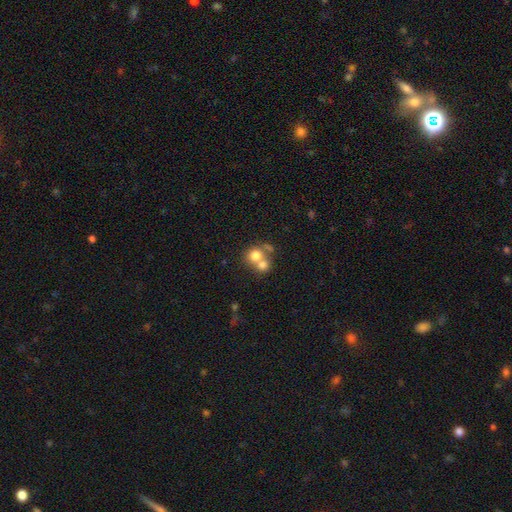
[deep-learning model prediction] Overall: smooth (72%). How rounded: round (81%). Merging: merger (58%; none 33%).